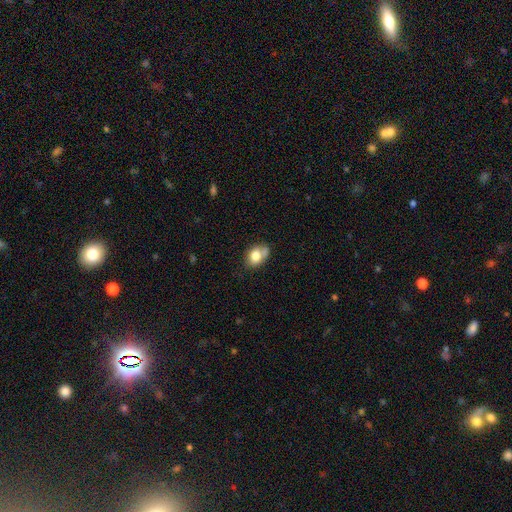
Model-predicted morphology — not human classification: Overall: smooth (77%). How rounded: in between (69%; round 30%). Merging: none (49%; minor disturbance 26%).